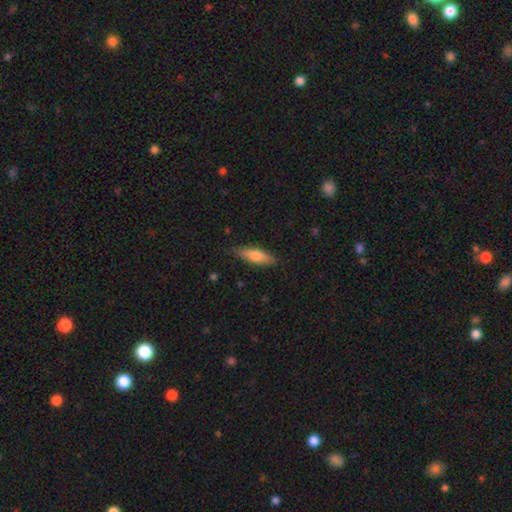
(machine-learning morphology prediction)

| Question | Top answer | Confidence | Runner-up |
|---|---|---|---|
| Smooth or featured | smooth | 68% | featured or disk (26%) |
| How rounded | cigar-shaped | 56% | in between (42%) |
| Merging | none | 85% | minor disturbance (12%) |